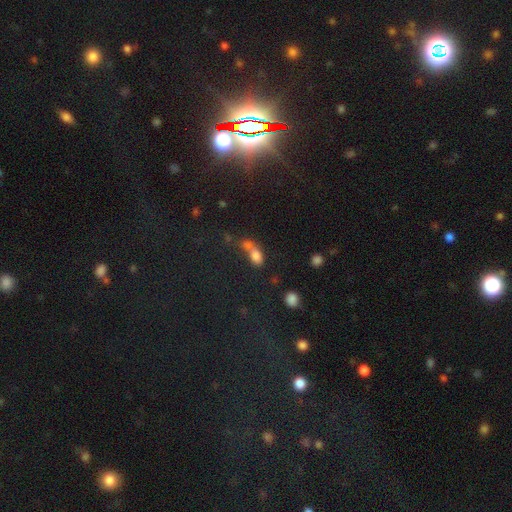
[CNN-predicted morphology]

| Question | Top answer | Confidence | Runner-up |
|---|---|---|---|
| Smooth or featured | smooth | 76% | star or artifact (13%) |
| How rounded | in between | 79% | round (15%) |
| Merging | merger | 59% | none (24%) |